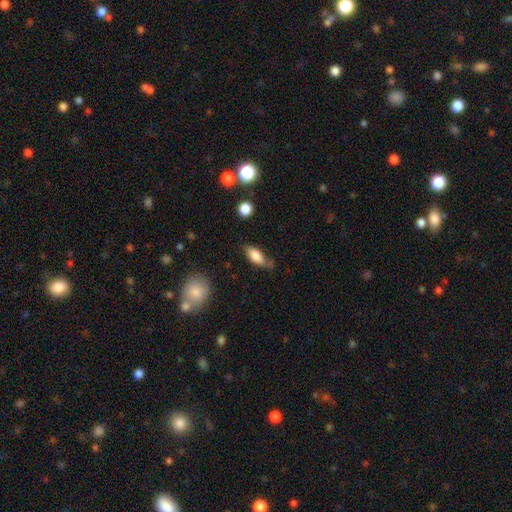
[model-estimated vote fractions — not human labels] Smooth or featured?
  - smooth: 77% *
  - featured or disk: 15%
  - star or artifact: 7%
How rounded?
  - in between: 82% *
  - cigar-shaped: 14%
  - round: 4%
Merging?
  - none: 56% *
  - minor disturbance: 31%
  - major disturbance: 8%
  - merger: 5%